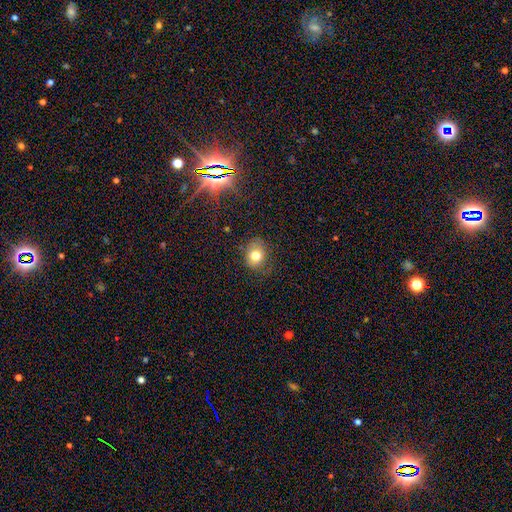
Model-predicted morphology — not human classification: Smooth or featured: smooth — 75% (featured or disk — 13%)
How rounded: round — 59% (in between — 40%)
Merging: none — 70% (minor disturbance — 21%)